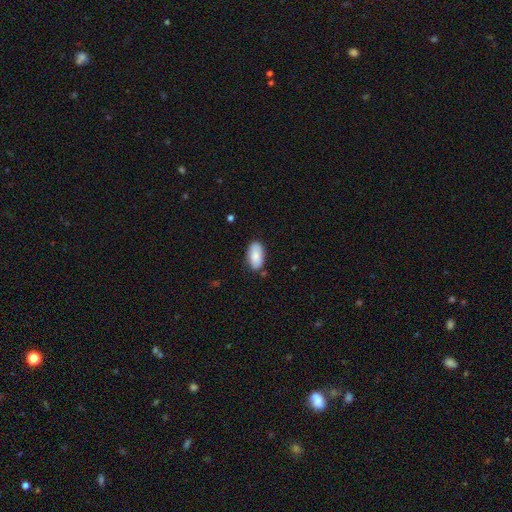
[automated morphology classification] This is clearly a smooth galaxy (86%). How rounded: clearly in between (94%). Merging: clearly none (81%).